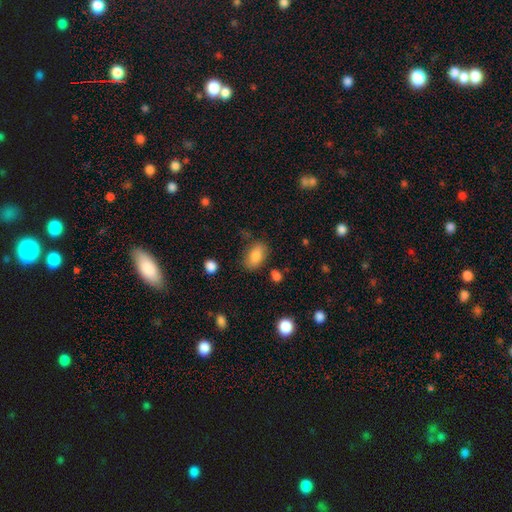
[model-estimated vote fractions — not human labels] smooth_or_featured: smooth (p=0.82) [alt: featured or disk p=0.10]
how_rounded: in between (p=0.89) [alt: round p=0.09]
merging: none (p=0.74) [alt: minor disturbance p=0.17]